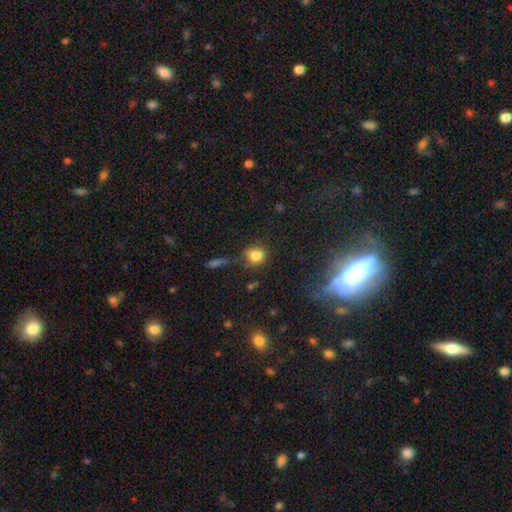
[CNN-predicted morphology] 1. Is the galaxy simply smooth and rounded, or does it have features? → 81% smooth, 12% star or artifact, 7% featured or disk.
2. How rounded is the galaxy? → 77% round, 21% in between, 2% cigar-shaped.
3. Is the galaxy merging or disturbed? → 70% none, 18% minor disturbance, 6% major disturbance, 6% merger.